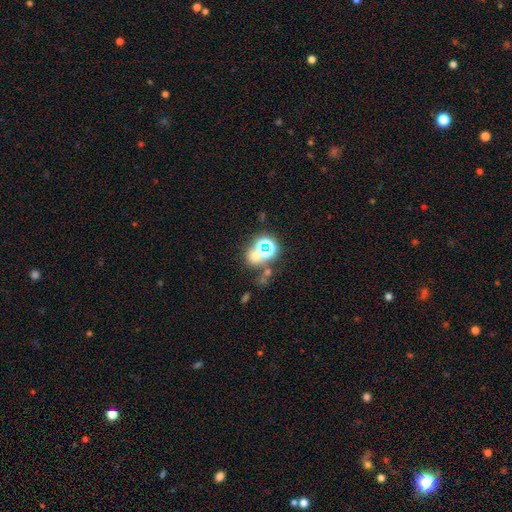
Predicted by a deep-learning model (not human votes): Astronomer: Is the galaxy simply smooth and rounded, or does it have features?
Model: smooth — 46% (runner-up: star or artifact, 41%).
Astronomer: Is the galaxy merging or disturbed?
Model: none — 55%.